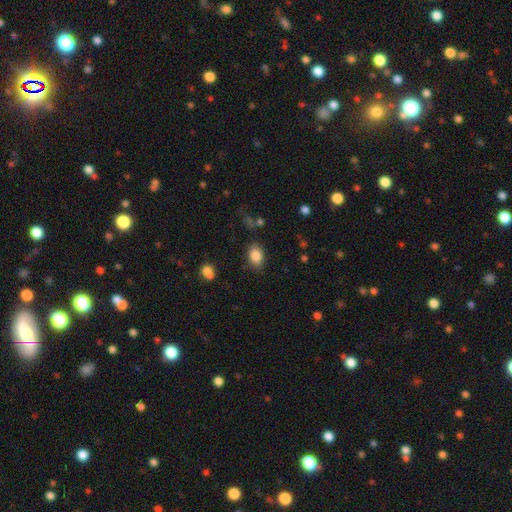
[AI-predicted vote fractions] Smooth or featured? Predicted: smooth (p=0.86). How rounded? Predicted: in between (p=0.84). Merging? Predicted: none (p=0.83).